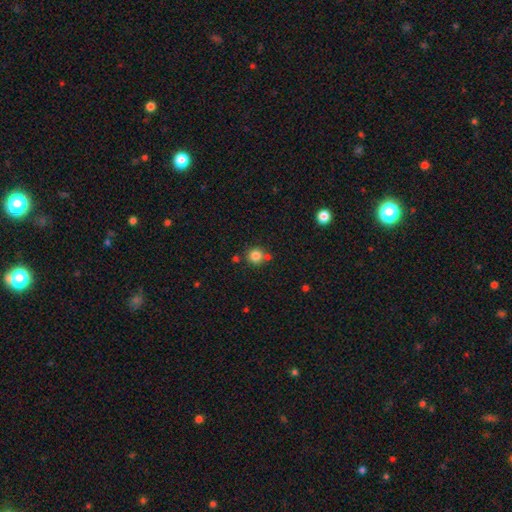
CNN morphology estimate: A smooth galaxy with no disk features (83%) that is round (92%). Merging: none (74%).